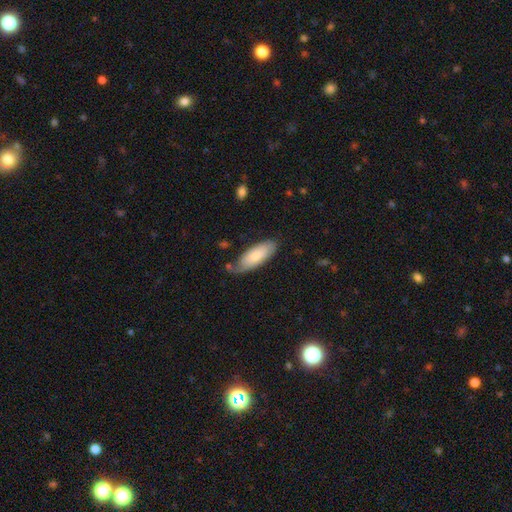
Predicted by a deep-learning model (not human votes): A smooth galaxy with no disk features (70%) that is in between round and cigar-shaped (80%).

Vote fractions:
- Smooth or featured? smooth: 70% / featured or disk: 24% / star or artifact: 5%
- How rounded? in between: 80% / cigar-shaped: 19% / round: 2%
- Merging? none: 59% / minor disturbance: 28% / major disturbance: 9% / merger: 4%